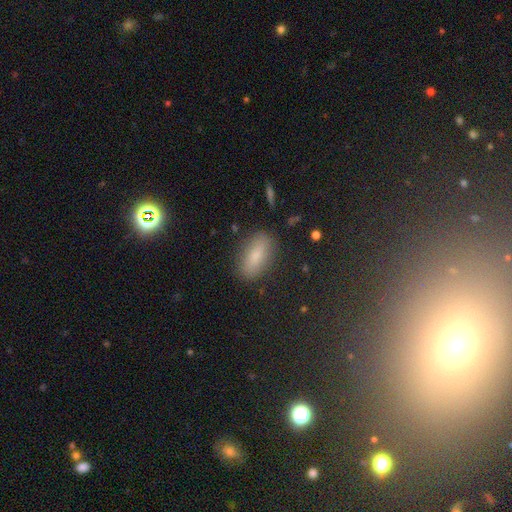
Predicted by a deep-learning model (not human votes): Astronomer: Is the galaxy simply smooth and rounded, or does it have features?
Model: smooth — 78%.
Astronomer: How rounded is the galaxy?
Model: in between — 83%.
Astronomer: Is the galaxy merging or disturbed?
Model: none — 85%.